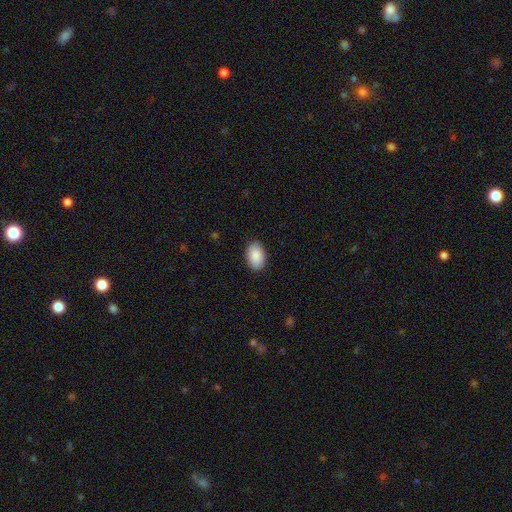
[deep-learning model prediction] Smooth or featured: smooth — 90% (star or artifact — 6%)
How rounded: in between — 90% (round — 9%)
Merging: none — 88% (minor disturbance — 9%)